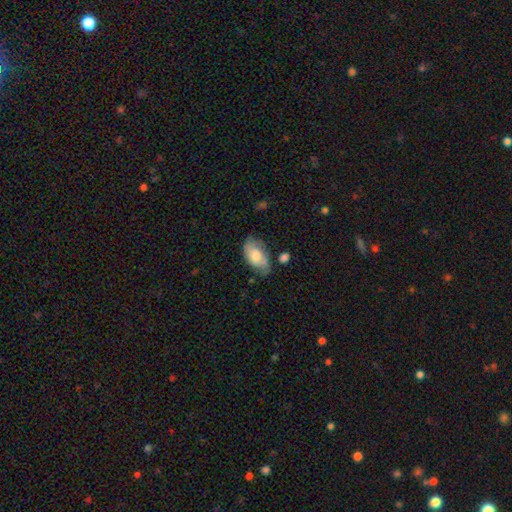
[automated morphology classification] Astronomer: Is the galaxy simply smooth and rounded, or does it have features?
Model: smooth — 61%.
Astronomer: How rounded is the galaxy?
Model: in between — 93%.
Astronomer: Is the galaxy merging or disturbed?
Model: none — 51% (runner-up: minor disturbance, 32%).